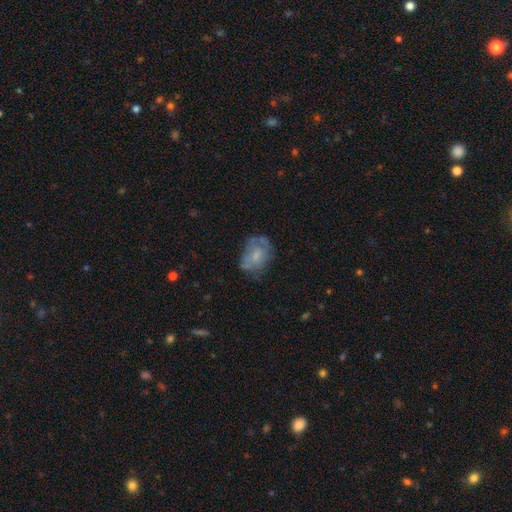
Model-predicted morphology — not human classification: A smooth galaxy with no disk features (46%). Merging: none (53%).